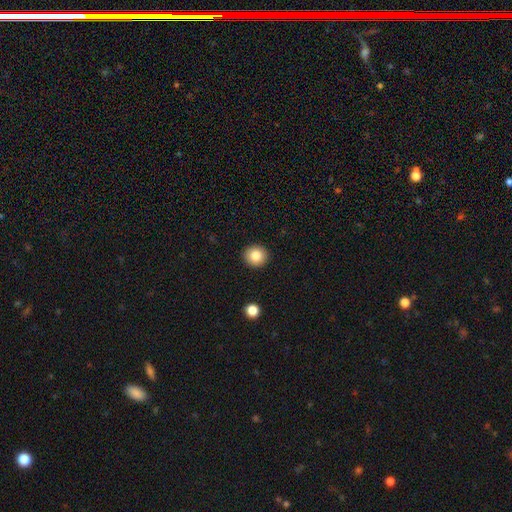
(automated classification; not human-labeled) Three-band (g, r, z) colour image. It shows a smooth galaxy with no disk features (83%) that is round (90%). Merging: none (92%).